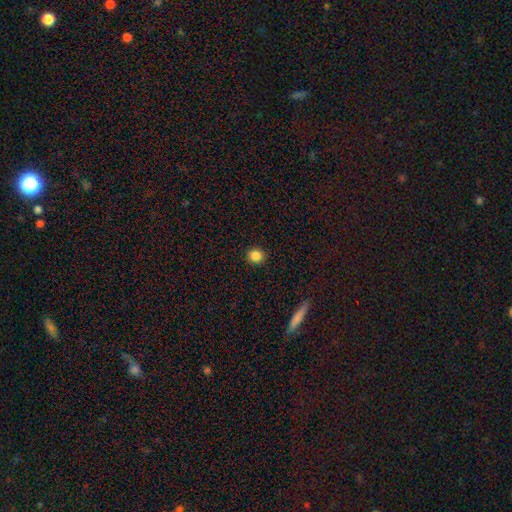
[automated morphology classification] Smooth or featured: smooth — 84% (star or artifact — 11%)
How rounded: round — 83% (in between — 16%)
Merging: none — 92% (minor disturbance — 5%)